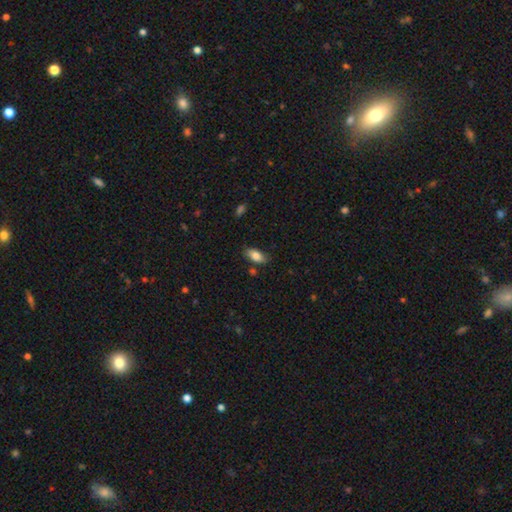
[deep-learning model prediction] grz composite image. It shows a smooth galaxy with no disk features (82%) that is in between round and cigar-shaped (90%). Merging: none (80%).